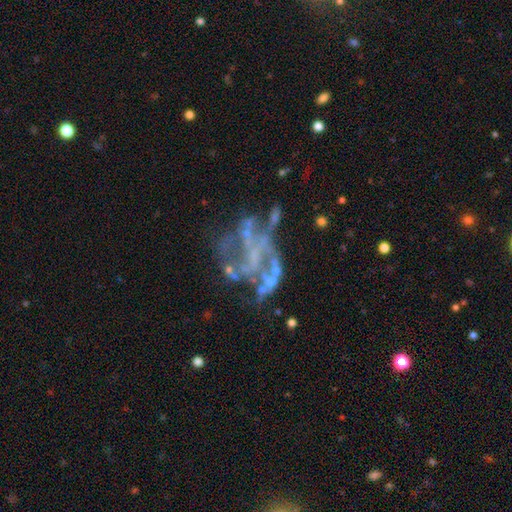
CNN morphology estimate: Smooth or featured: featured or disk — 74% (star or artifact — 17%)
Edge-on disk: no — 97% (yes — 3%)
Bar: no — 71% (weak — 19%)
Spiral arms: no — 51% (yes — 49%)
Bulge size: none — 72% (small — 18%)
Merging: none — 46% (major disturbance — 30%)